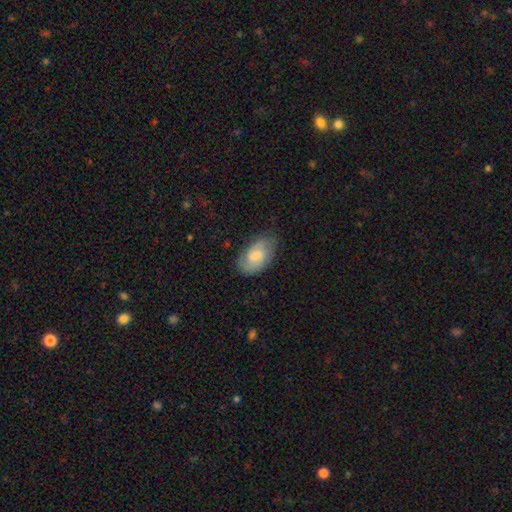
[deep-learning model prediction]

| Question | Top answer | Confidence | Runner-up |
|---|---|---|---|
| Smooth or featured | smooth | 57% | featured or disk (36%) |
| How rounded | in between | 93% | round (5%) |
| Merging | none | 65% | minor disturbance (27%) |